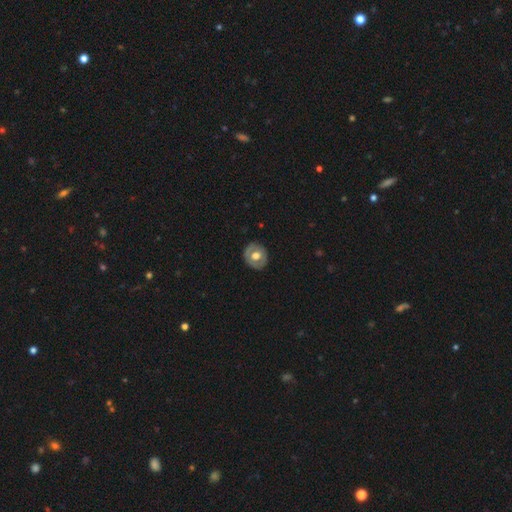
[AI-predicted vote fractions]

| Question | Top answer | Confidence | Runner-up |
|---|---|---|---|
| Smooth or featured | featured or disk | 47% | tied: smooth (47%) |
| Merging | none | 84% | minor disturbance (12%) |